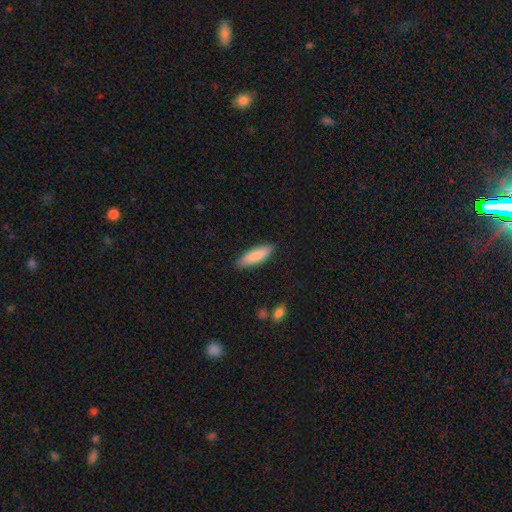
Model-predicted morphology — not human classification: Q: Smooth or featured?
A: smooth (86%); runner-up: featured or disk (8%)
Q: How rounded?
A: cigar-shaped (57%); runner-up: in between (41%)
Q: Merging?
A: none (87%); runner-up: minor disturbance (10%)